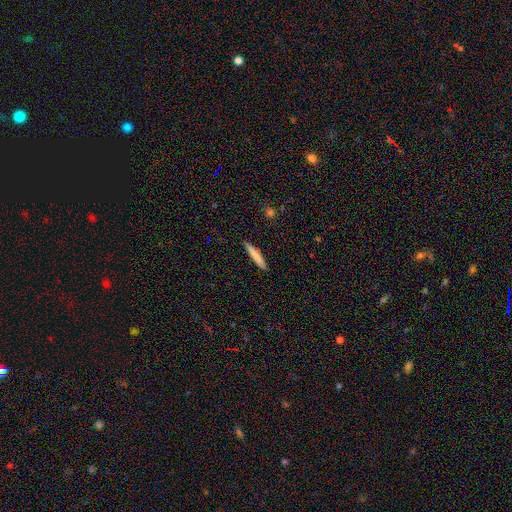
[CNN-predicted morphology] type=smooth (77%); roundness=cigar-shaped (94%); merging=none (91%).